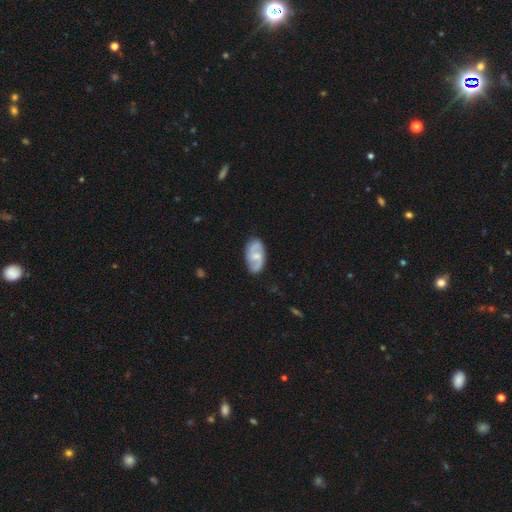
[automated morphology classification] Smooth or featured: featured or disk — 74% (smooth — 21%)
Edge-on disk: no — 96% (yes — 4%)
Bar: weak — 52% (no — 37%)
Spiral arms: yes — 93% (no — 7%)
Spiral winding: medium — 46% (loose — 36%)
Spiral arm count: 2 — 88% (can't tell — 6%)
Bulge size: small — 44% (moderate — 38%)
Merging: none — 78% (minor disturbance — 16%)